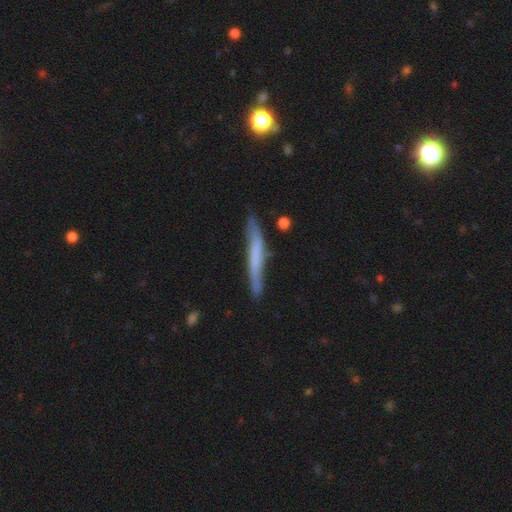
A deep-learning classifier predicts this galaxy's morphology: Overall: smooth (48%; featured or disk 45%). Merging: none (74%).